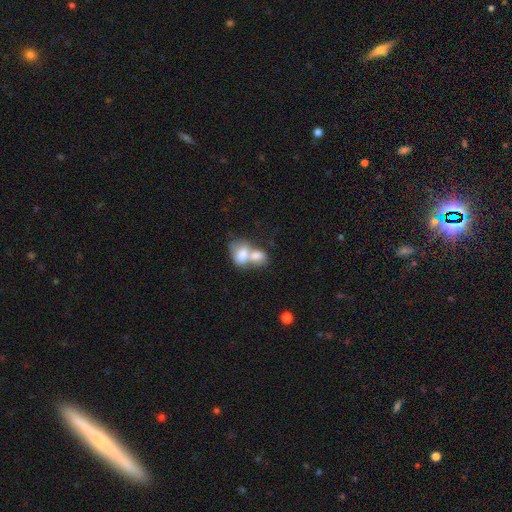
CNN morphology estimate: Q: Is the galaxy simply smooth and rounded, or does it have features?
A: smooth — 72%.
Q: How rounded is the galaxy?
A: in between — 74%.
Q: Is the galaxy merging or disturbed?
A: merger — 78%.